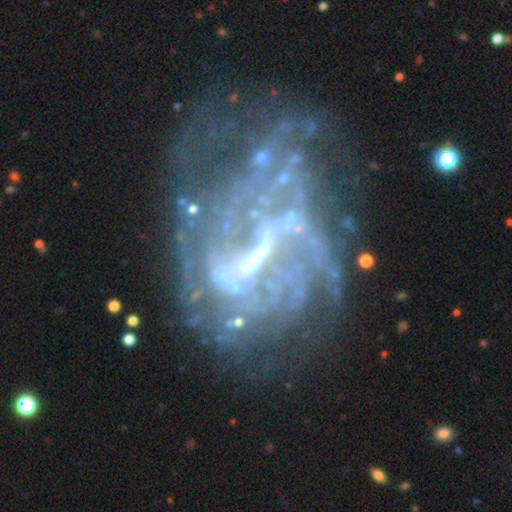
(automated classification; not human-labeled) featured or disk 83%, star or artifact 11%, smooth 7%. Down the decision tree: edge-on disk — no (97%); bar — weak (41%); spiral arms — yes (73%); spiral arm count — can't tell (49%); spiral winding — tight (42%); bulge size — none (37%); merging — none (41%).